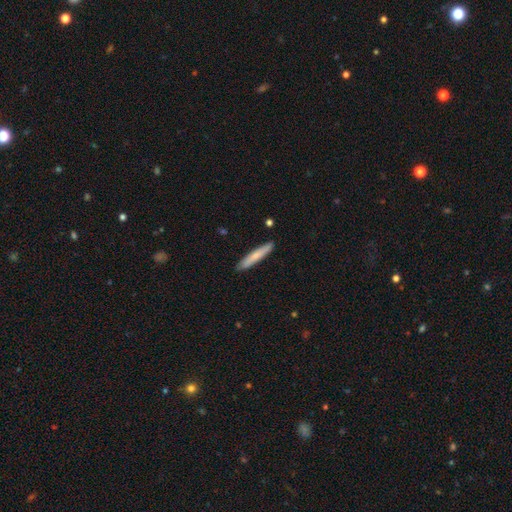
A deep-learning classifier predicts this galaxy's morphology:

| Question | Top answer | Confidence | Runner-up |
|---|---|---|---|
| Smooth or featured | smooth | 70% | featured or disk (24%) |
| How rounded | cigar-shaped | 93% | in between (6%) |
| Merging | none | 89% | minor disturbance (8%) |